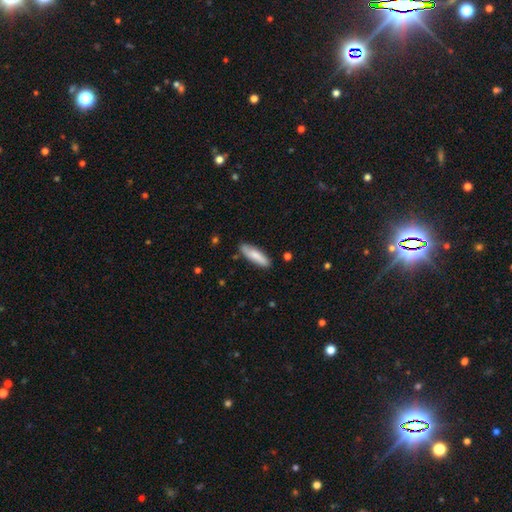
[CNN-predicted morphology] smooth_or_featured: smooth (p=0.79) [alt: featured or disk p=0.16]
how_rounded: cigar-shaped (p=0.59) [alt: in between p=0.39]
merging: none (p=0.82) [alt: minor disturbance p=0.14]